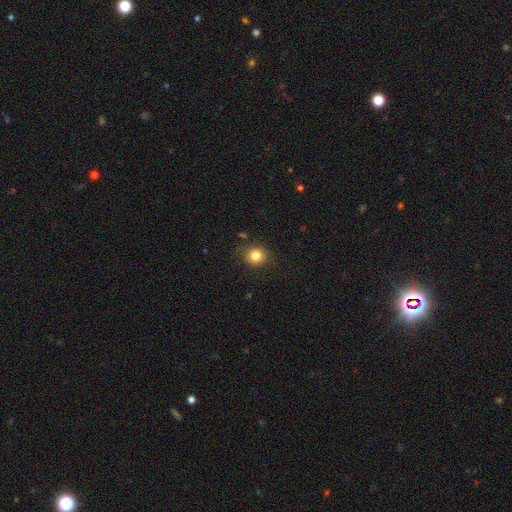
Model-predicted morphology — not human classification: Smooth or featured?
  - smooth: 83% *
  - star or artifact: 12%
  - featured or disk: 6%
How rounded?
  - round: 83% *
  - in between: 16%
  - cigar-shaped: 1%
Merging?
  - none: 85% *
  - minor disturbance: 11%
  - major disturbance: 3%
  - merger: 1%